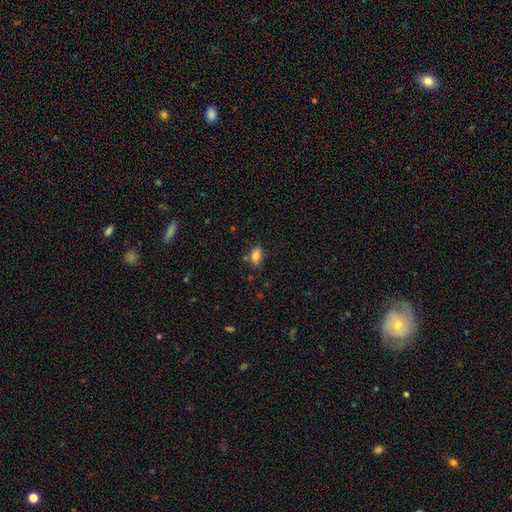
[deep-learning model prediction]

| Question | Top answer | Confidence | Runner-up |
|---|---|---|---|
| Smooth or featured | smooth | 81% | star or artifact (10%) |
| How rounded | in between | 84% | round (12%) |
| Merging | none | 67% | minor disturbance (21%) |